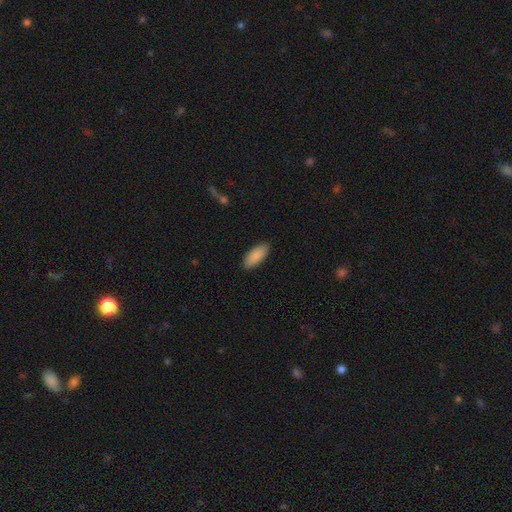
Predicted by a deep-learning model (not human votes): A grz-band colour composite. It shows a smooth galaxy with no disk features (90%) that is in between round and cigar-shaped (85%). Merging: none (89%).